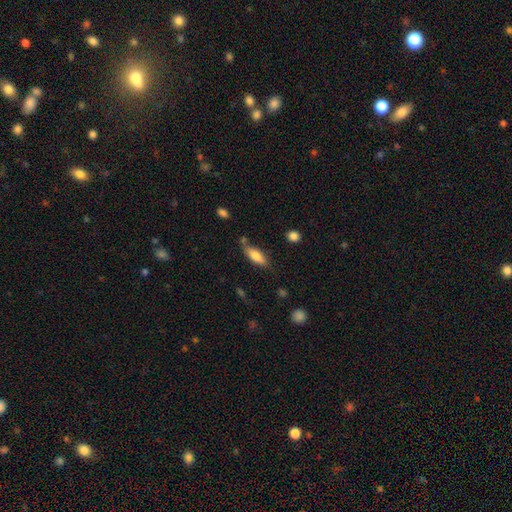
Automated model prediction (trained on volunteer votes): Q: Smooth or featured?
A: smooth (77%); runner-up: featured or disk (16%)
Q: How rounded?
A: in between (67%); runner-up: cigar-shaped (31%)
Q: Merging?
A: none (67%); runner-up: minor disturbance (20%)